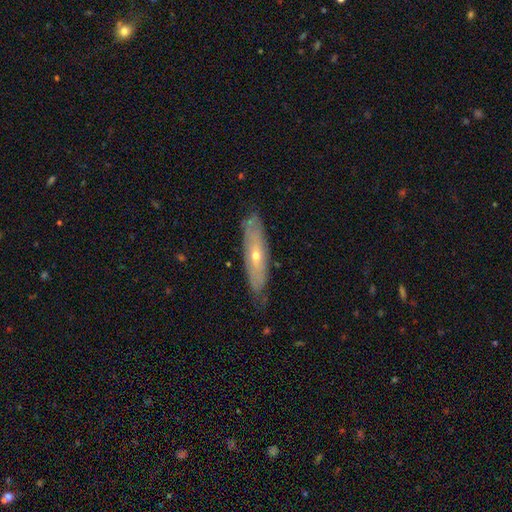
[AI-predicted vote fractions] A featured or disk galaxy (63%) with not edge-on (50%, tied with yes). Merging: none (77%).